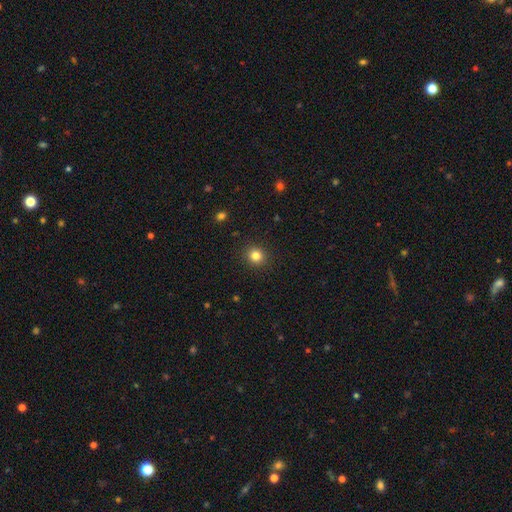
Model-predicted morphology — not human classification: A smooth galaxy with no disk features (82%) that is round (88%). Merging: none (92%).